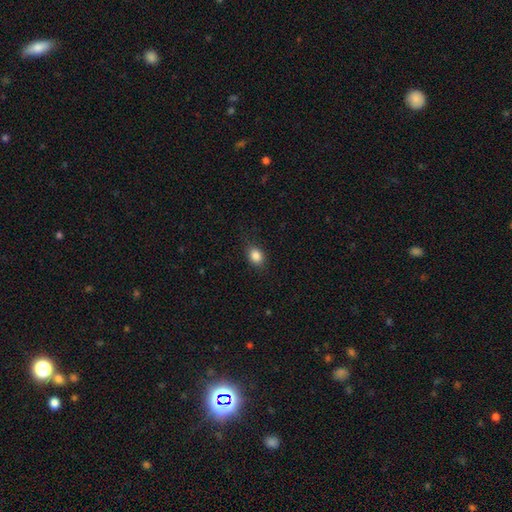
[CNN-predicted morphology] smooth 86%, star or artifact 10%, featured or disk 5%. Down the decision tree: how rounded — in between (62%); merging — none (83%).